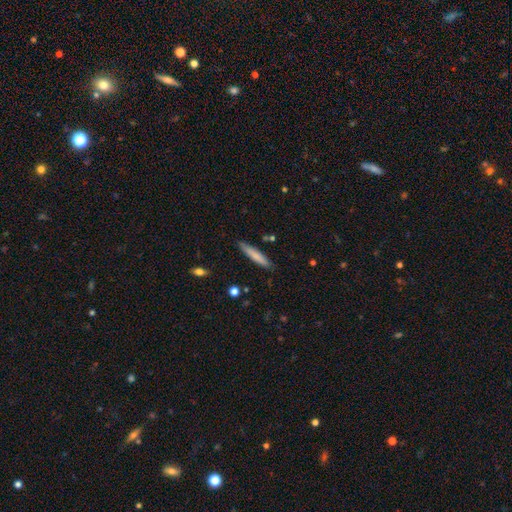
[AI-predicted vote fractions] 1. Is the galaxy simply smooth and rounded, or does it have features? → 75% smooth, 19% featured or disk, 6% star or artifact.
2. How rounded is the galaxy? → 90% cigar-shaped, 8% in between, 1% round.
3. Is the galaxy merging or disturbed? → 85% none, 12% minor disturbance, 2% major disturbance, 2% merger.